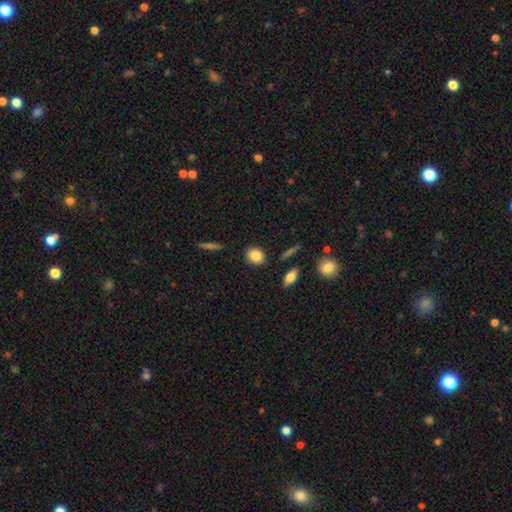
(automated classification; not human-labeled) A smooth galaxy with no disk features (84%) that is round (63%).

Vote fractions:
- Smooth or featured? smooth: 84% / star or artifact: 8% / featured or disk: 8%
- How rounded? round: 63% / in between: 35% / cigar-shaped: 2%
- Merging? none: 88% / minor disturbance: 7% / merger: 2% / major disturbance: 2%